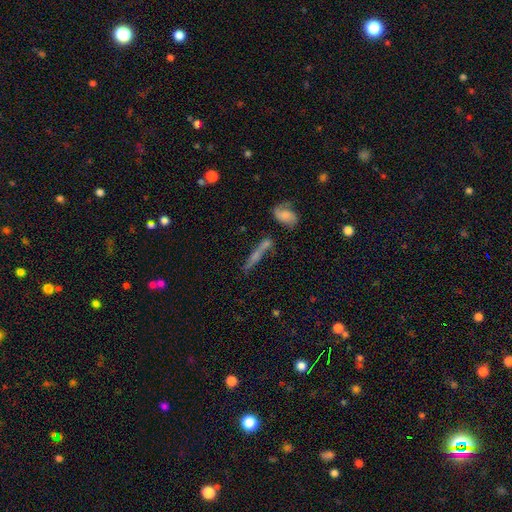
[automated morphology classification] Q: Smooth or featured?
A: featured or disk (47%); runner-up: smooth (40%)
Q: Merging?
A: none (59%); runner-up: merger (17%)